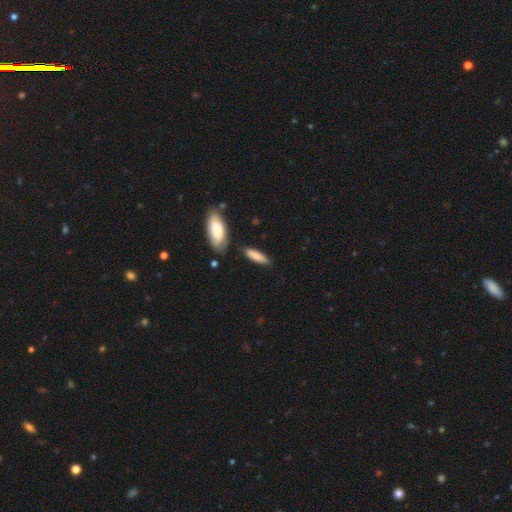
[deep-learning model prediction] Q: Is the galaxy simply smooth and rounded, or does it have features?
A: smooth — 83%.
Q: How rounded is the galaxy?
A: cigar-shaped — 59%.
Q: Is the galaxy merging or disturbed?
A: none — 75%.